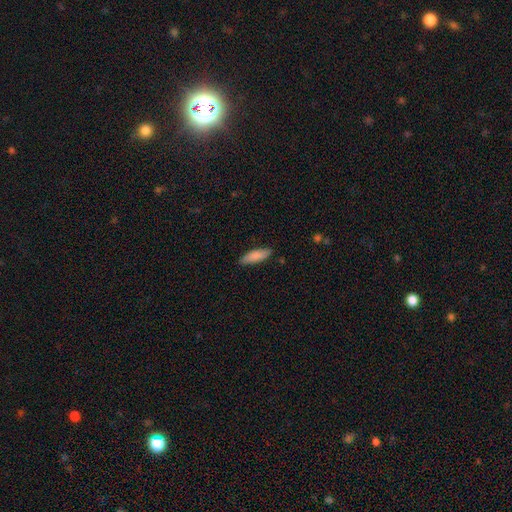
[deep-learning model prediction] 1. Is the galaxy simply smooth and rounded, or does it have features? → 85% smooth, 9% featured or disk, 6% star or artifact.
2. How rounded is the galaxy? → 51% cigar-shaped, 47% in between, 2% round.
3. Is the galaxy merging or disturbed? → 85% none, 12% minor disturbance, 2% major disturbance, 1% merger.